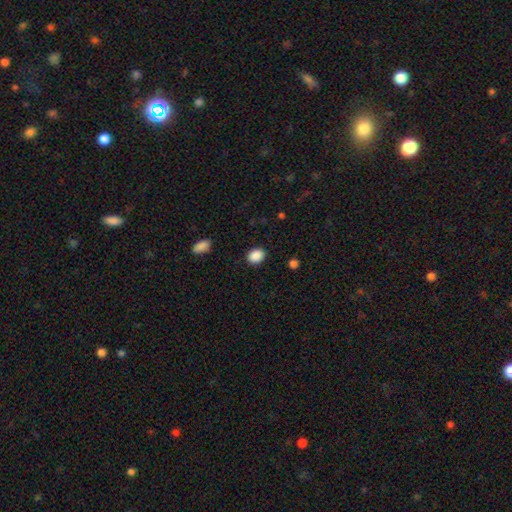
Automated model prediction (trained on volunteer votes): Smooth or featured?
  - smooth: 89% *
  - star or artifact: 8%
  - featured or disk: 3%
How rounded?
  - in between: 52% *
  - round: 47%
  - cigar-shaped: 1%
Merging?
  - none: 88% *
  - minor disturbance: 8%
  - major disturbance: 3%
  - merger: 1%